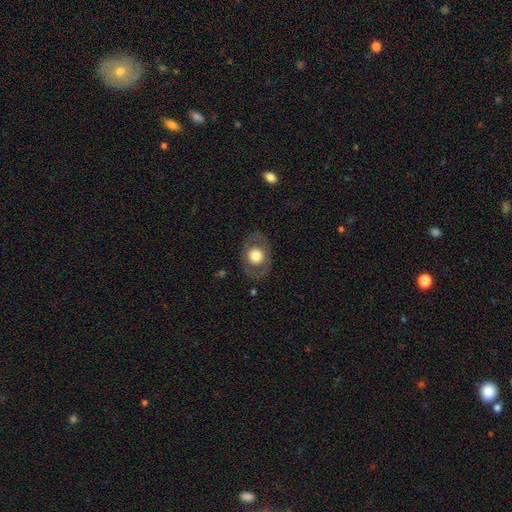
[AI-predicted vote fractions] Smooth or featured: smooth — 56% (featured or disk — 37%)
How rounded: round — 50% (in between — 49%)
Merging: none — 80% (minor disturbance — 12%)